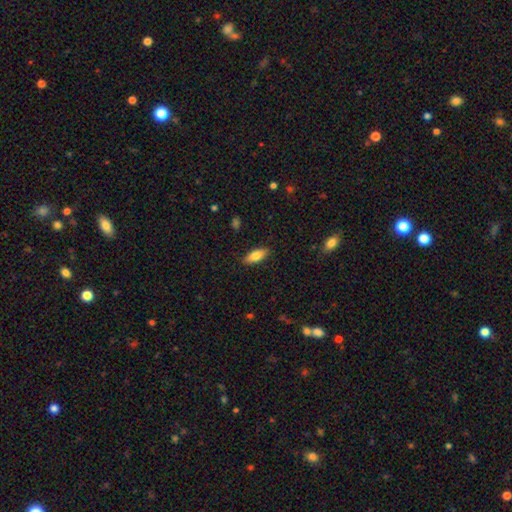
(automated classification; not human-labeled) This is likely a smooth galaxy (79%). How rounded: likely in between (78%). Merging: clearly none (88%).